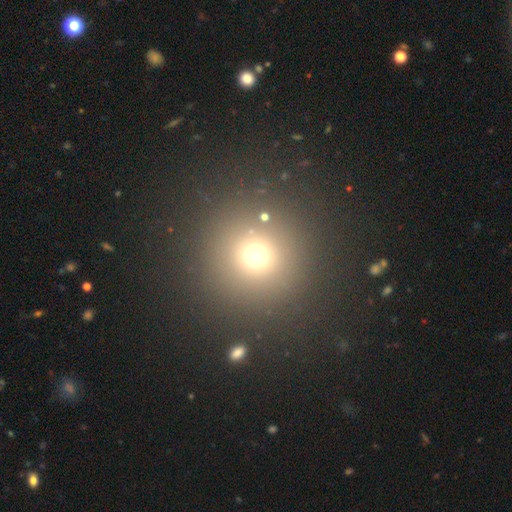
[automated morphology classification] smooth_or_featured: smooth (p=0.67) [alt: star or artifact p=0.25]
how_rounded: round (p=0.95) [alt: in between p=0.04]
merging: none (p=0.88) [alt: minor disturbance p=0.06]